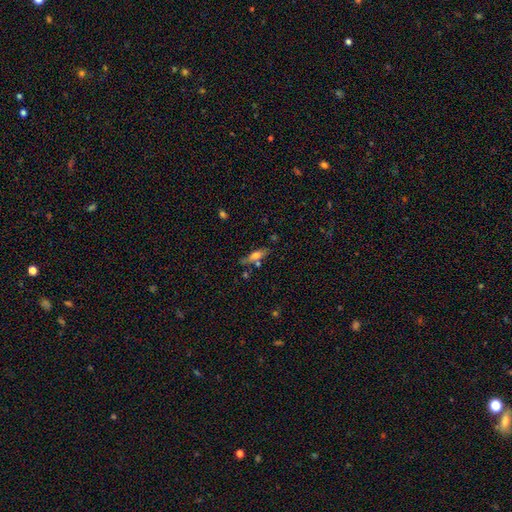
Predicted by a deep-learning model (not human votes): smooth-or-featured: smooth: 58% | featured or disk: 33% | star or artifact: 9%
  how-rounded: cigar-shaped: 56% | in between: 40% | round: 3%
  merging: none: 65% | minor disturbance: 18% | merger: 11% | major disturbance: 5%